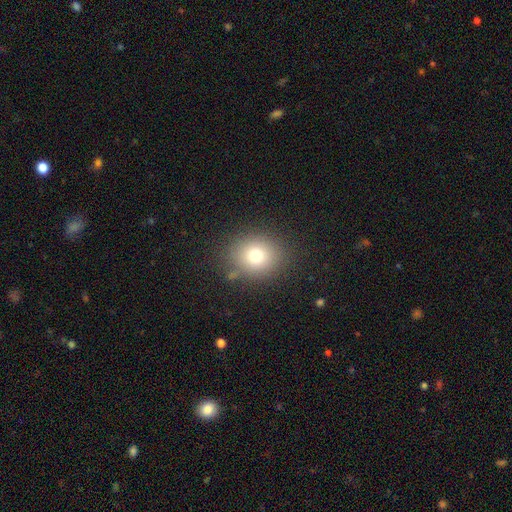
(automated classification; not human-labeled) A smooth galaxy with no disk features (74%) that is round (73%).

Vote fractions:
- Smooth or featured? smooth: 74% / star or artifact: 15% / featured or disk: 11%
- How rounded? round: 73% / in between: 26% / cigar-shaped: 1%
- Merging? none: 82% / minor disturbance: 11% / major disturbance: 4% / merger: 2%